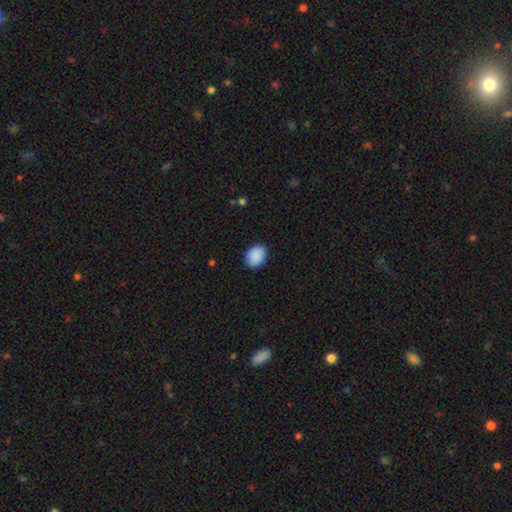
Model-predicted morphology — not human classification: Smooth or featured: smooth — 90% (star or artifact — 7%)
How rounded: in between — 67% (round — 32%)
Merging: none — 85% (minor disturbance — 11%)